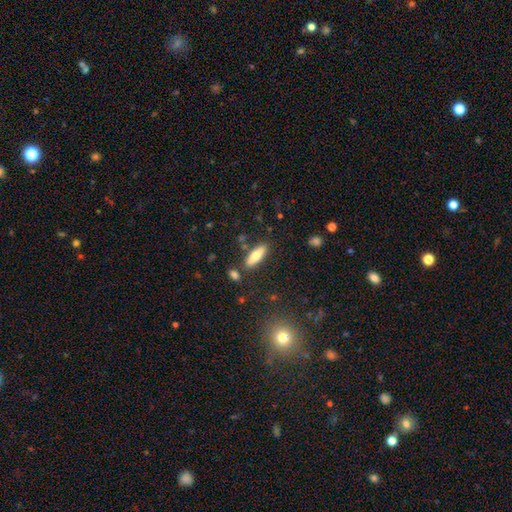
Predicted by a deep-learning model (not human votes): smooth_or_featured: smooth (p=0.66) [alt: featured or disk p=0.27]
how_rounded: in between (p=0.50) [alt: cigar-shaped p=0.48]
merging: none (p=0.82) [alt: minor disturbance p=0.10]